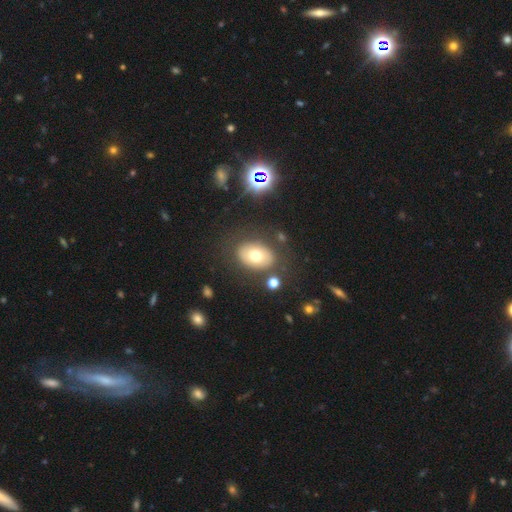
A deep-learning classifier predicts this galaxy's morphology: Smooth or featured? smooth (67%)
How rounded? in between (75%)
Merging? none (79%)